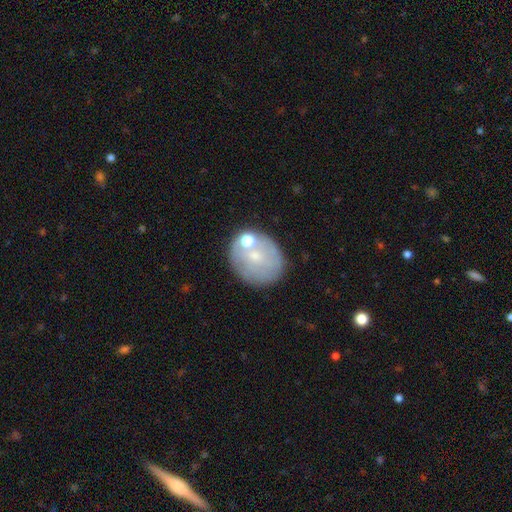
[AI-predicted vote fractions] This appears to be a smooth galaxy with no disk features (53%) that is round (68%). Merging: none (63%).